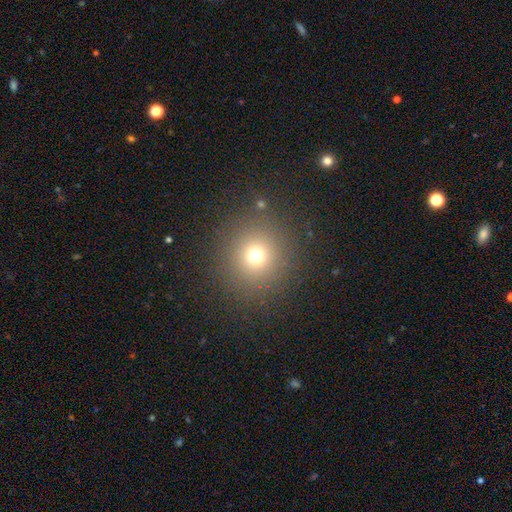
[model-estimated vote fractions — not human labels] A smooth galaxy with no disk features (70%) that is round (92%).

Vote fractions:
- Smooth or featured? smooth: 70% / star or artifact: 20% / featured or disk: 9%
- How rounded? round: 92% / in between: 7% / cigar-shaped: 1%
- Merging? none: 87% / minor disturbance: 7% / major disturbance: 4% / merger: 2%